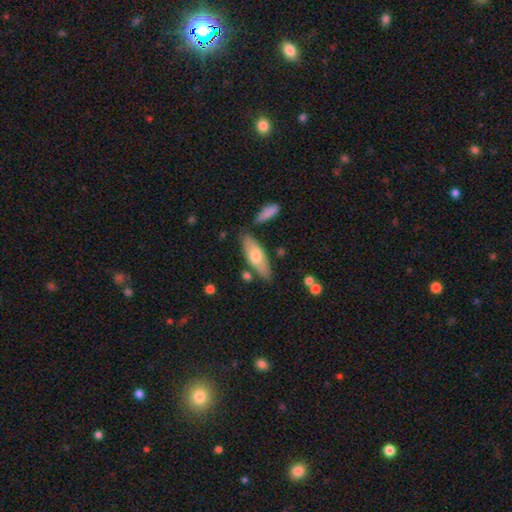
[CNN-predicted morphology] The model was most divided on "how rounded": in between: 57%, cigar-shaped: 41%, round: 2%. More confident: merging — none (75%); smooth or featured — smooth (63%).